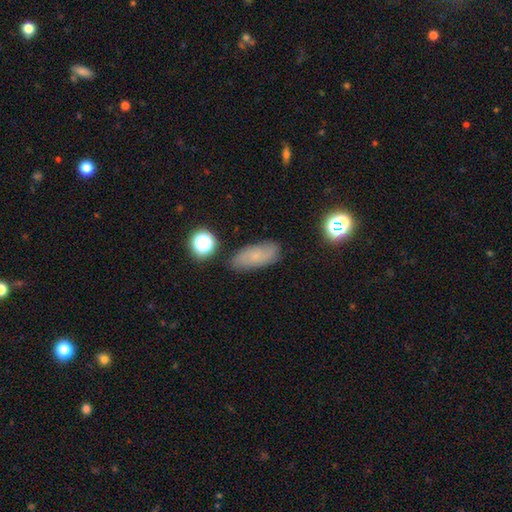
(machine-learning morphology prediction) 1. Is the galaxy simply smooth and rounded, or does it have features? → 65% smooth, 23% featured or disk, 11% star or artifact.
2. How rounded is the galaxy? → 79% in between, 16% cigar-shaped, 5% round.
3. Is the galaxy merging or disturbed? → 80% none, 14% minor disturbance, 3% major disturbance, 2% merger.